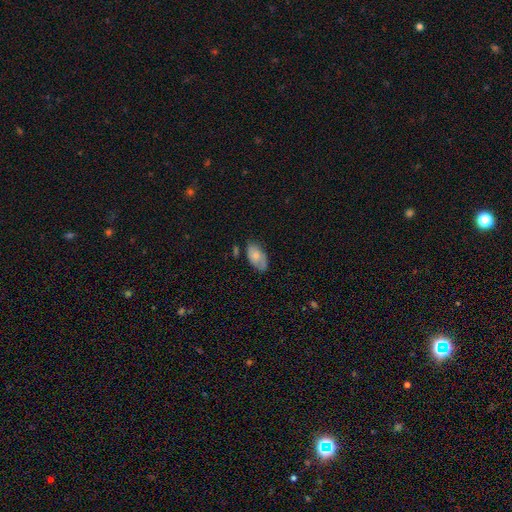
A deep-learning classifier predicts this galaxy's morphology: smooth 68%, featured or disk 26%, star or artifact 7%. Down the decision tree: how rounded — in between (94%); merging — none (67%).